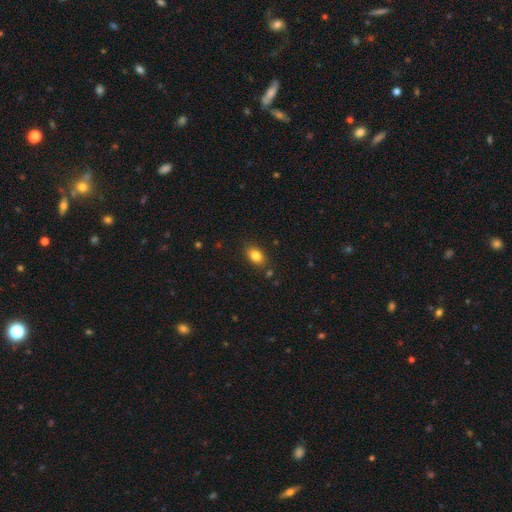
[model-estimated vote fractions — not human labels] Smooth or featured? Predicted: smooth (p=0.83). How rounded? Predicted: in between (p=0.82). Merging? Predicted: none (p=0.84).